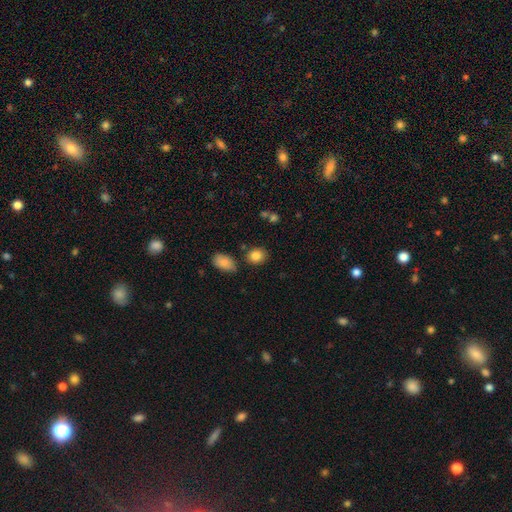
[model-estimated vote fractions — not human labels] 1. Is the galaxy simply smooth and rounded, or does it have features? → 86% smooth, 9% star or artifact, 5% featured or disk.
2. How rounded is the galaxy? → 61% round, 38% in between, 1% cigar-shaped.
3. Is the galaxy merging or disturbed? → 80% none, 11% minor disturbance, 7% merger, 3% major disturbance.